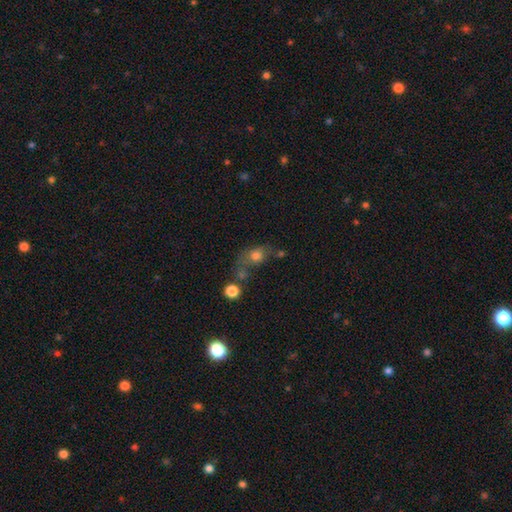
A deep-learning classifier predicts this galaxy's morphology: Overall: smooth (68%). How rounded: round (50%; in between 47%). Merging: none (42%; merger 25%).